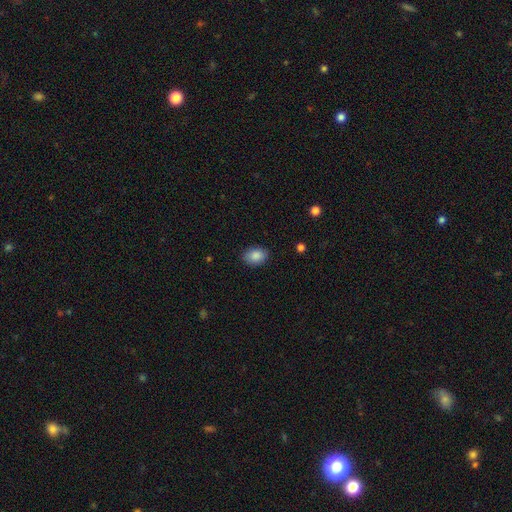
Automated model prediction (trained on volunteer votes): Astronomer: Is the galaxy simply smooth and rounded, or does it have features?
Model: smooth — 88%.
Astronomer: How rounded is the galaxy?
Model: in between — 79%.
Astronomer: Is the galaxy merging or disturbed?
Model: none — 86%.